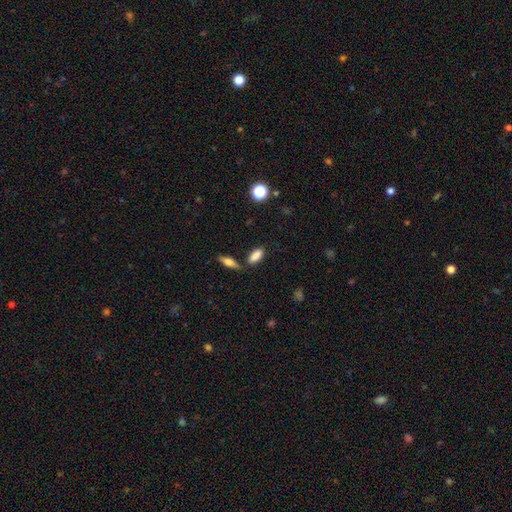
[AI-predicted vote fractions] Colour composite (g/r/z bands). It shows a smooth galaxy with no disk features (84%) that is in between round and cigar-shaped (78%). Merging: none (73%).